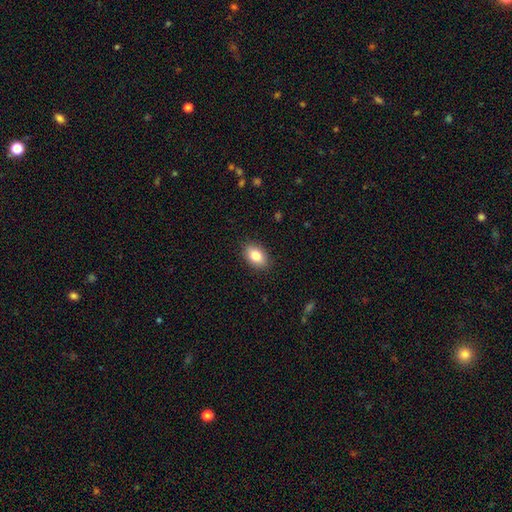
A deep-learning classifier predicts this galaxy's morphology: smooth-or-featured: smooth: 84% | featured or disk: 9% | star or artifact: 8%
  how-rounded: in between: 89% | round: 10% | cigar-shaped: 1%
  merging: none: 89% | minor disturbance: 8% | major disturbance: 2% | merger: 1%